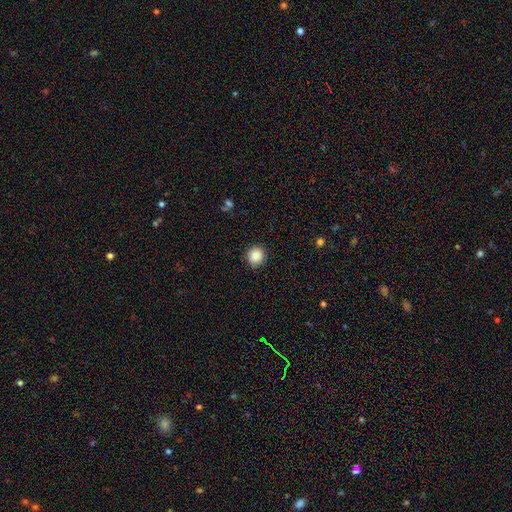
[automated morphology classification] Smooth or featured? smooth (88%)
How rounded? round (91%)
Merging? none (90%)